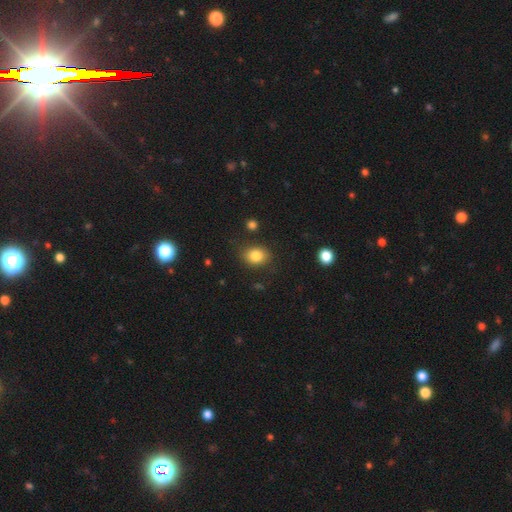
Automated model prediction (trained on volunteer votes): Morphology: type=smooth (83%); roundness=in between (51%); merging=none (81%).